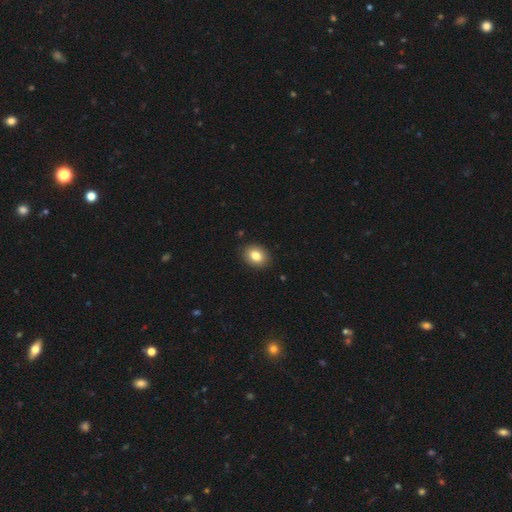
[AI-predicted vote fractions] This appears to be a smooth galaxy with no disk features (83%) that is in between round and cigar-shaped (57%). Merging: none (90%).